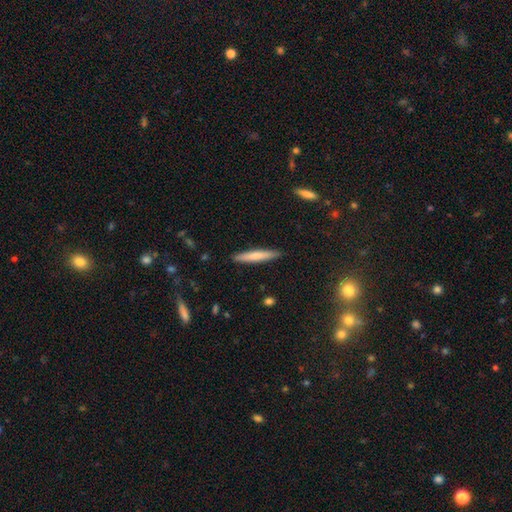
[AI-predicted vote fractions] This appears to be a smooth galaxy with no disk features (69%) that is cigar-shaped (93%). Merging: none (90%).